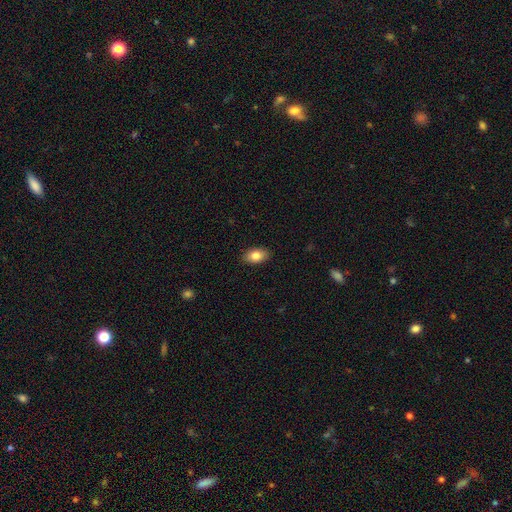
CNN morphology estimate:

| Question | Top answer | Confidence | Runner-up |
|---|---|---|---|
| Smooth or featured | smooth | 83% | featured or disk (9%) |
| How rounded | in between | 90% | round (8%) |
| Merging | none | 89% | minor disturbance (9%) |